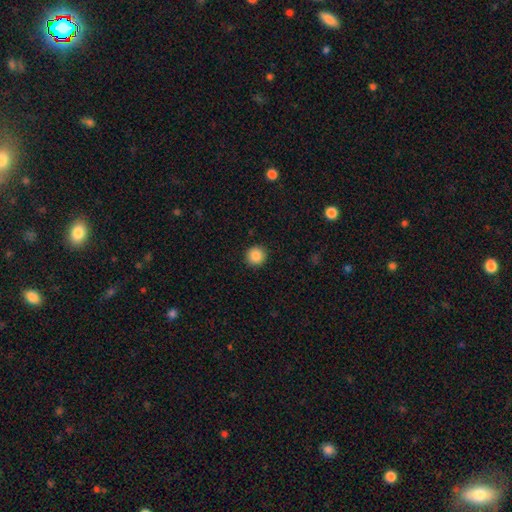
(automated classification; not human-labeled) Smooth or featured? smooth (87%)
How rounded? round (95%)
Merging? none (93%)